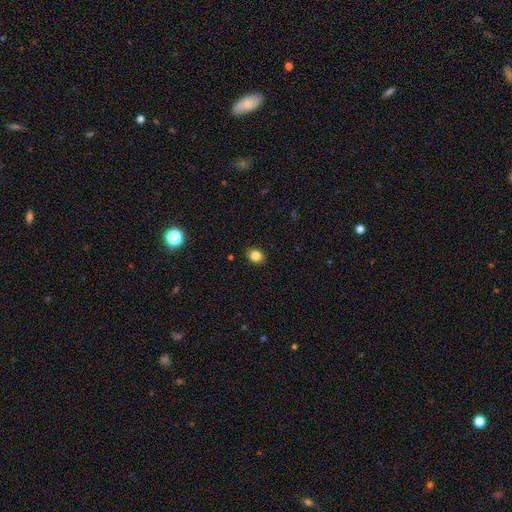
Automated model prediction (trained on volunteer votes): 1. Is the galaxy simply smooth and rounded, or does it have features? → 83% smooth, 11% star or artifact, 5% featured or disk.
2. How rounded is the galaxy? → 56% round, 43% in between, 1% cigar-shaped.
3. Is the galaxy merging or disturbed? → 89% none, 8% minor disturbance, 2% major disturbance, 1% merger.